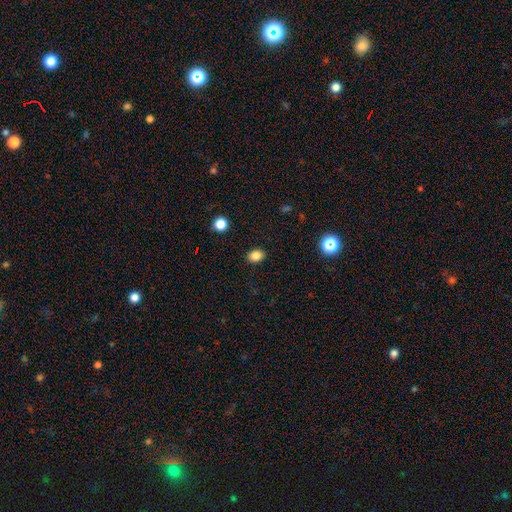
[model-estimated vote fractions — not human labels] Smooth or featured? smooth (84%)
How rounded? in between (60%)
Merging? none (89%)